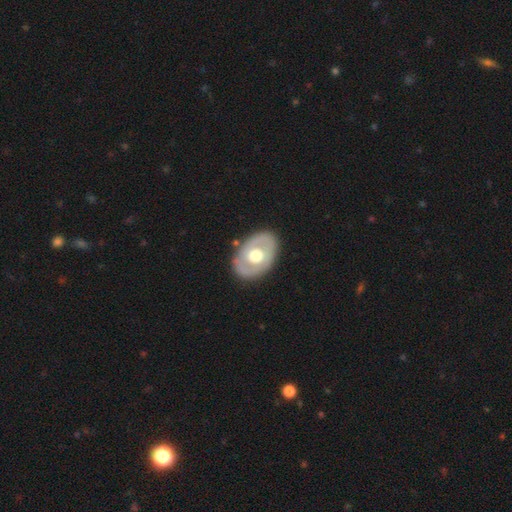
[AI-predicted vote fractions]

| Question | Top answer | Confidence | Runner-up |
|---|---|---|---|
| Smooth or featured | featured or disk | 53% | smooth (42%) |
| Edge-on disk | no | 91% | yes (9%) |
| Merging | none | 84% | minor disturbance (11%) |